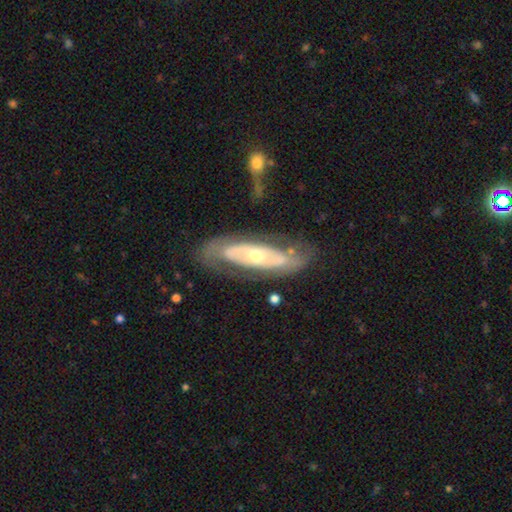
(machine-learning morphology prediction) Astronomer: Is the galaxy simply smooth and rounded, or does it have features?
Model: featured or disk — 75%.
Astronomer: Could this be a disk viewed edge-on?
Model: no — 82%.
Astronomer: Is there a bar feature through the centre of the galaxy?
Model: no — 76%.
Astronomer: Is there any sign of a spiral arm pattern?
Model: yes — 53% (runner-up: no, 47%).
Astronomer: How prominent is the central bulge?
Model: moderate — 52% (runner-up: small, 42%).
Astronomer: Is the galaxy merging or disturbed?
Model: none — 69%.